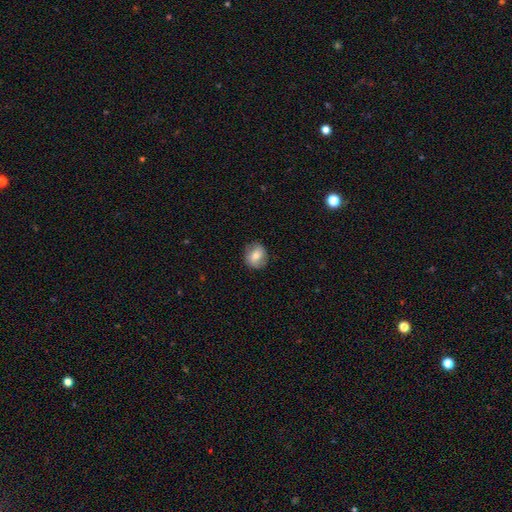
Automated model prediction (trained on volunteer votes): smooth-or-featured: smooth: 70% | featured or disk: 22% | star or artifact: 8%
  how-rounded: round: 74% | in between: 25% | cigar-shaped: 1%
  merging: none: 82% | minor disturbance: 13% | major disturbance: 4% | merger: 1%